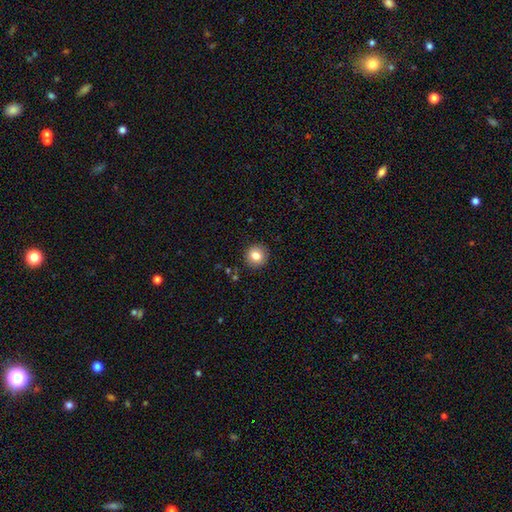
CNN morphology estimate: A smooth galaxy with no disk features (82%) that is round (94%). Merging: none (92%).